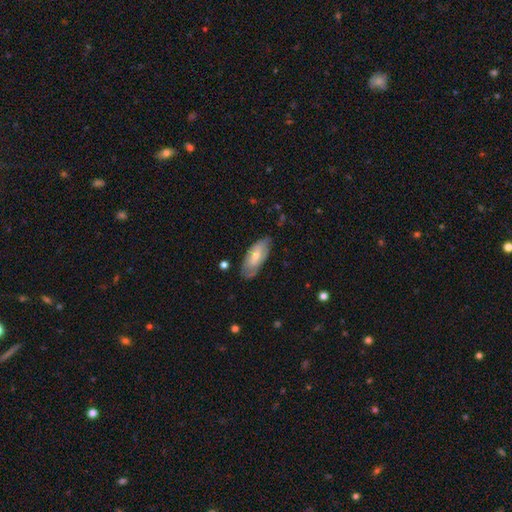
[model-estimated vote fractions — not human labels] Q: Smooth or featured?
A: smooth (57%); runner-up: featured or disk (37%)
Q: How rounded?
A: in between (85%); runner-up: cigar-shaped (13%)
Q: Merging?
A: none (72%); runner-up: minor disturbance (22%)